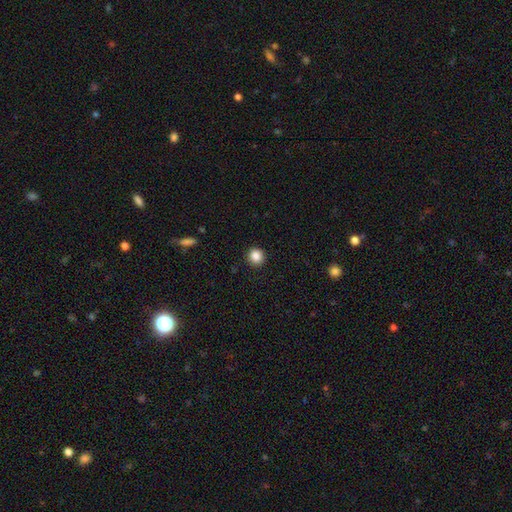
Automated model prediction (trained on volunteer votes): A smooth galaxy with no disk features (86%) that is round (93%). Merging: none (92%).